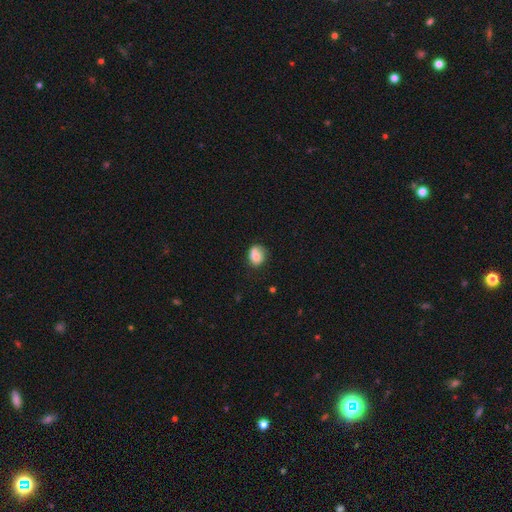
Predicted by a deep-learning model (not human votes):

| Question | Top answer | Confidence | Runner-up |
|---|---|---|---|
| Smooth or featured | smooth | 72% | featured or disk (19%) |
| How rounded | round | 62% | in between (37%) |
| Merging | none | 45% | merger (24%) |